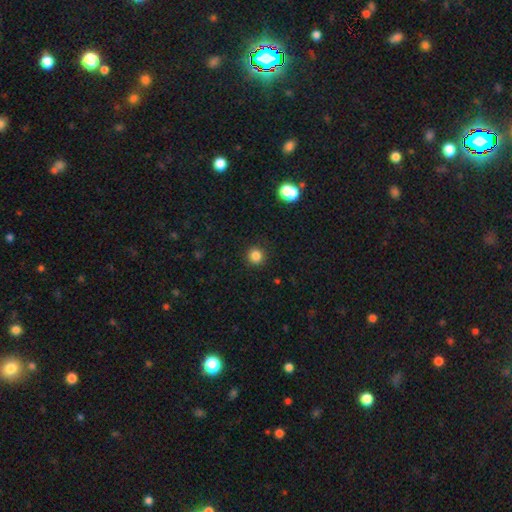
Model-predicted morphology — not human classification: This appears to be a smooth galaxy with no disk features (84%) that is round (93%). Merging: none (91%).